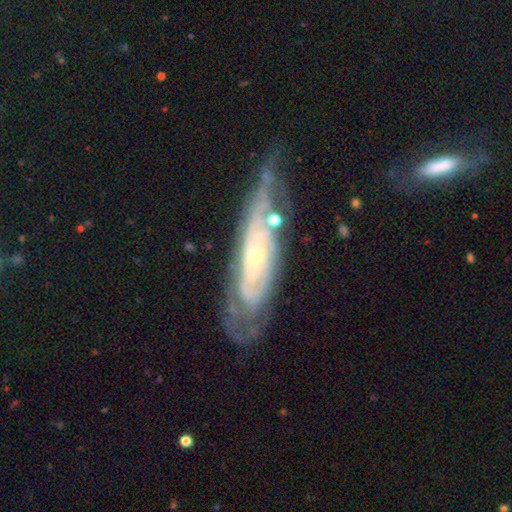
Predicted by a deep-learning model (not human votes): Overall: featured or disk (82%). Edge-on disk: no (82%). Bar: no (72%). Spiral arms: yes (86%). Spiral arm count: can't tell (58%; 2 19%). Spiral winding: tight (72%). Bulge size: small (74%). Merging: none (61%; minor disturbance 24%).